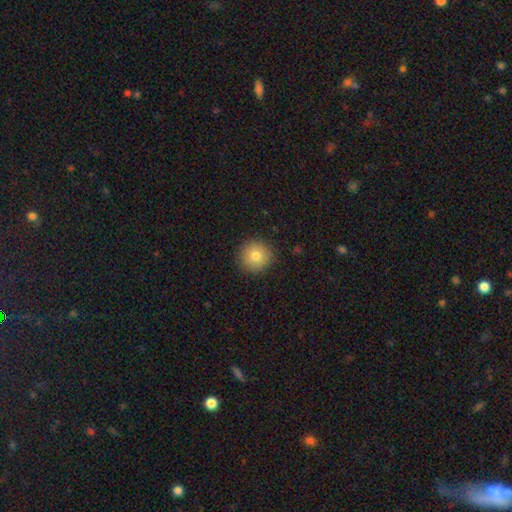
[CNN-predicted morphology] This appears to be a smooth galaxy with no disk features (79%) that is round (95%). Merging: none (90%).